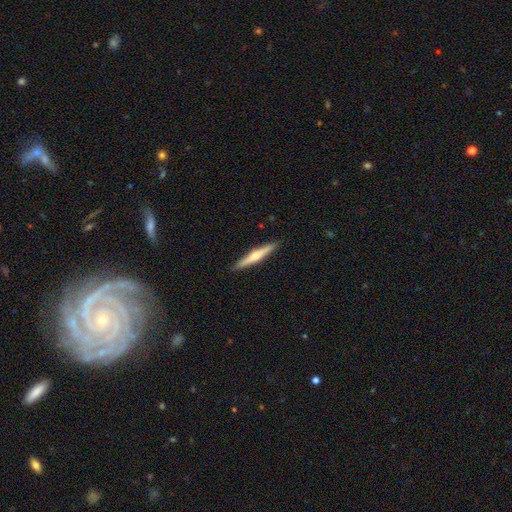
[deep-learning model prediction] A featured or disk galaxy (51%) viewed edge-on (97%).

Vote fractions:
- Smooth or featured? featured or disk: 51% / smooth: 44% / star or artifact: 5%
- Edge-on disk? yes: 97% / no: 3%
- Merging? none: 91% / minor disturbance: 6% / major disturbance: 1% / merger: 1%